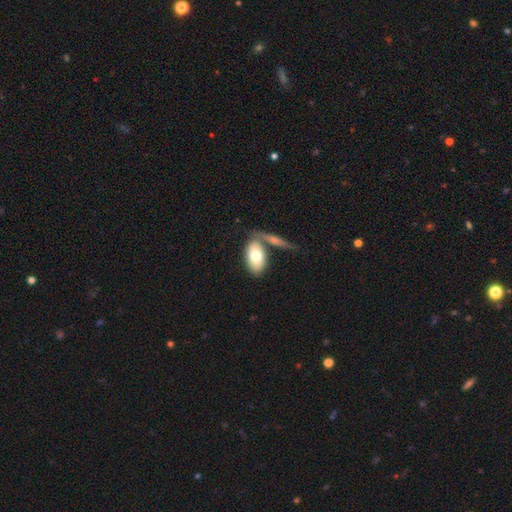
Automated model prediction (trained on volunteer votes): smooth-or-featured: smooth: 73% | featured or disk: 22% | star or artifact: 5%
  how-rounded: in between: 92% | round: 4% | cigar-shaped: 4%
  merging: none: 53% | merger: 29% | minor disturbance: 13% | major disturbance: 5%